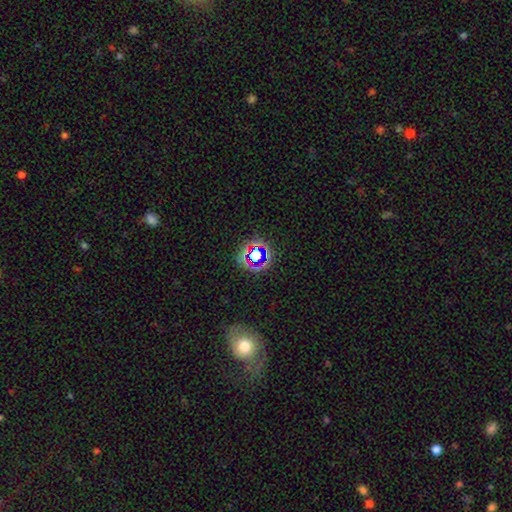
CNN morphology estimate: smooth_or_featured: star or artifact (p=0.60) [alt: smooth p=0.28]